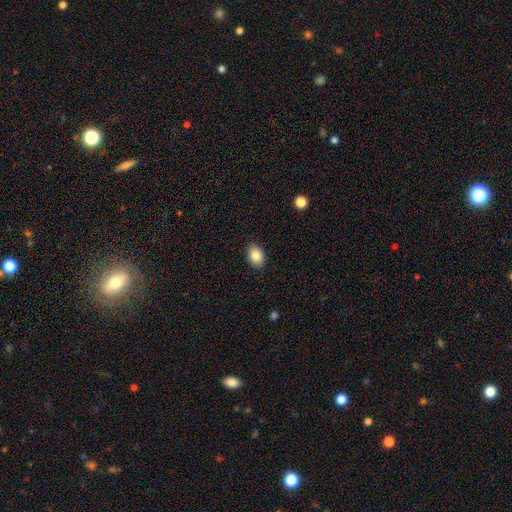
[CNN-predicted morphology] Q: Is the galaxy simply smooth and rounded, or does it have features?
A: smooth — 87%.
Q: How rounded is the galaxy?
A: in between — 80%.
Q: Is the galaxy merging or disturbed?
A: none — 89%.